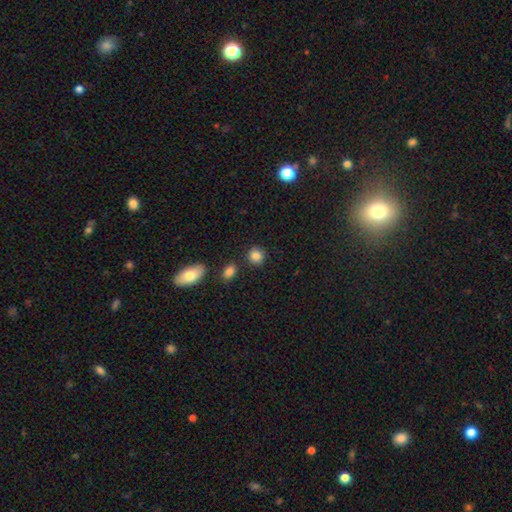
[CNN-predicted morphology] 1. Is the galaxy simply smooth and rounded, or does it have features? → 86% smooth, 9% star or artifact, 5% featured or disk.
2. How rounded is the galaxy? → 84% round, 15% in between, 1% cigar-shaped.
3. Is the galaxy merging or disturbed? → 85% none, 8% minor disturbance, 5% merger, 3% major disturbance.